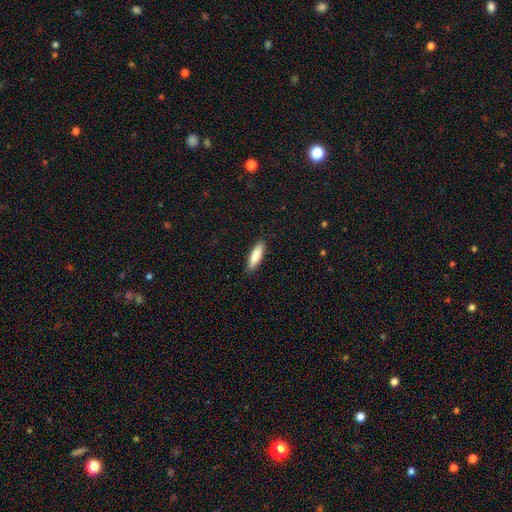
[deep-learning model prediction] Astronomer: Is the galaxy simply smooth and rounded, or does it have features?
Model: smooth — 81%.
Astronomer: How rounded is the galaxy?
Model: cigar-shaped — 58% (runner-up: in between, 40%).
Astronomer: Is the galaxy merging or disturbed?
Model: none — 89%.